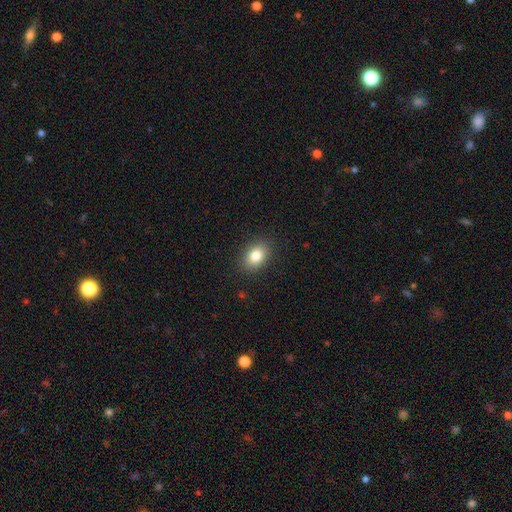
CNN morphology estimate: type=smooth (83%); roundness=in between (76%); merging=none (88%).